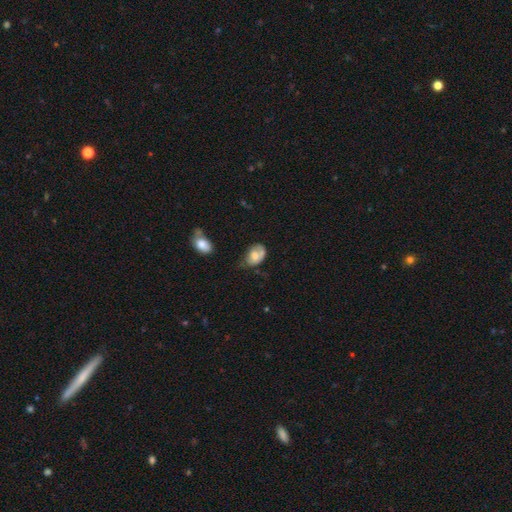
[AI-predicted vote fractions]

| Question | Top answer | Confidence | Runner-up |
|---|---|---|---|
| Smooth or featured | smooth | 61% | featured or disk (31%) |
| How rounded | in between | 80% | round (19%) |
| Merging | none | 39% | minor disturbance (35%) |